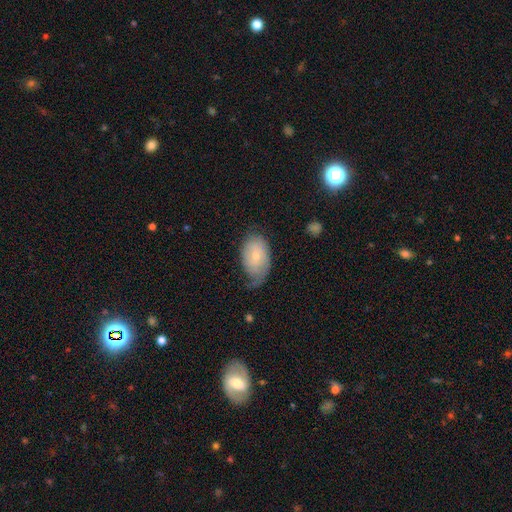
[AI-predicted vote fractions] Morphology: type=smooth (62%); roundness=in between (91%); merging=none (43%).